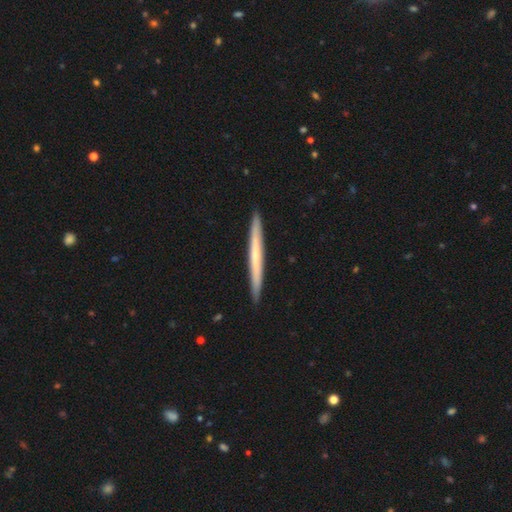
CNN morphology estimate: This appears to be a featured or disk galaxy (50%). Merging: none (92%).